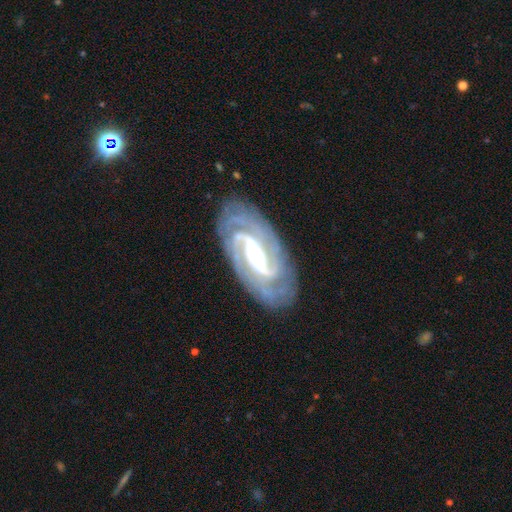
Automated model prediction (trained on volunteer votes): A featured or disk galaxy (91%) with a strong bar (62%), 2 (53%) tight (49%) spiral arms (97%) and a moderate central bulge (47%). Merging: none (80%).